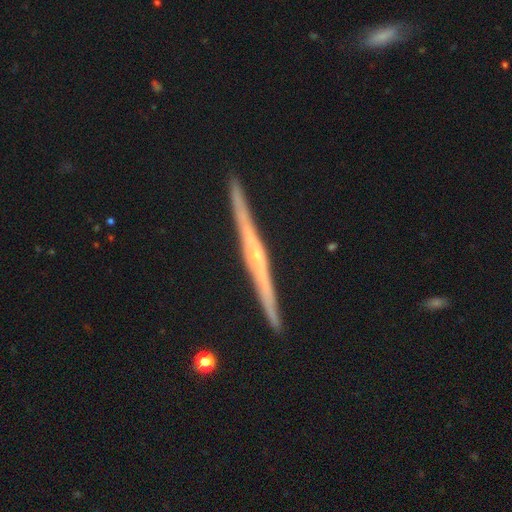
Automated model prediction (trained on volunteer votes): Smooth or featured? featured or disk (85%)
Edge-on disk? yes (98%)
Edge-on bulge? rounded (61%)
Merging? none (92%)